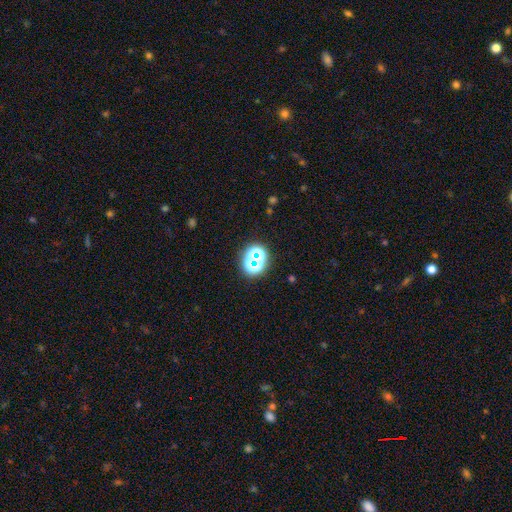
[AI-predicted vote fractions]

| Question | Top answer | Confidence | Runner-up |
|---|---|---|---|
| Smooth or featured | star or artifact | 61% | smooth (27%) |